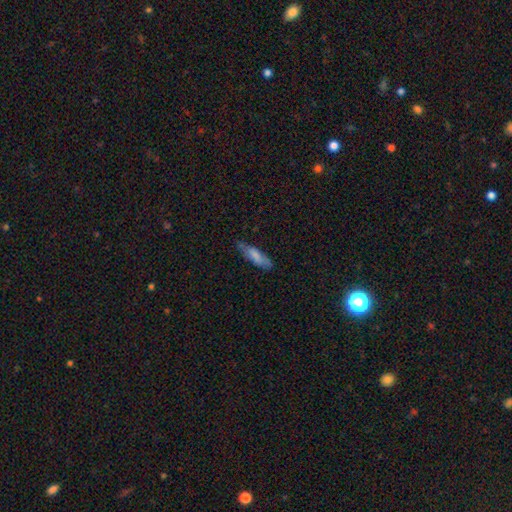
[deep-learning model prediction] A smooth galaxy with no disk features (71%) that is cigar-shaped (56%).

Vote fractions:
- Smooth or featured? smooth: 71% / featured or disk: 23% / star or artifact: 6%
- How rounded? cigar-shaped: 56% / in between: 43% / round: 2%
- Merging? none: 66% / minor disturbance: 26% / major disturbance: 6% / merger: 2%